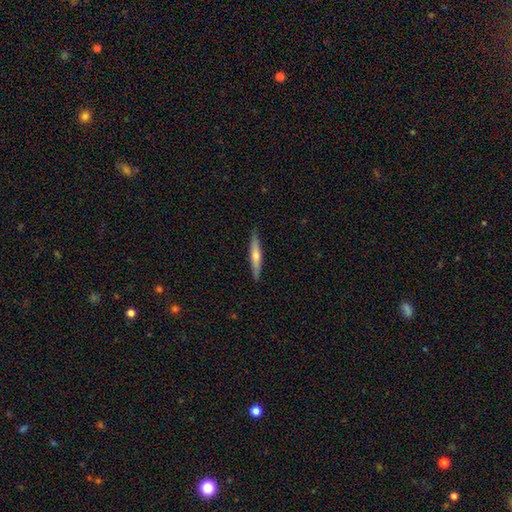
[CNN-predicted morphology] smooth-or-featured: featured or disk: 49% | smooth: 45% | star or artifact: 6%
  merging: none: 90% | minor disturbance: 8% | major disturbance: 1% | merger: 1%